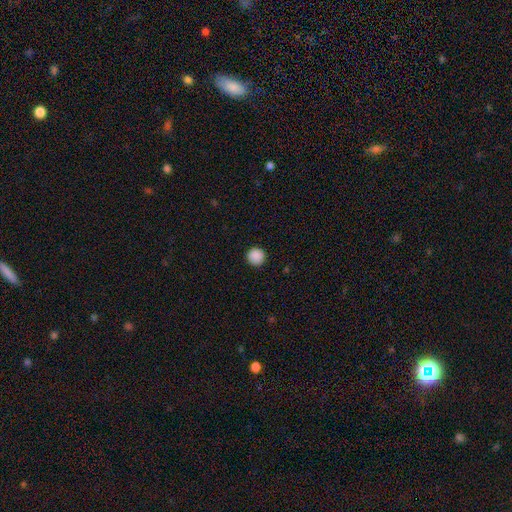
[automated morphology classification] Q: Smooth or featured?
A: smooth (89%); runner-up: star or artifact (9%)
Q: How rounded?
A: round (96%); runner-up: in between (3%)
Q: Merging?
A: none (92%); runner-up: minor disturbance (5%)